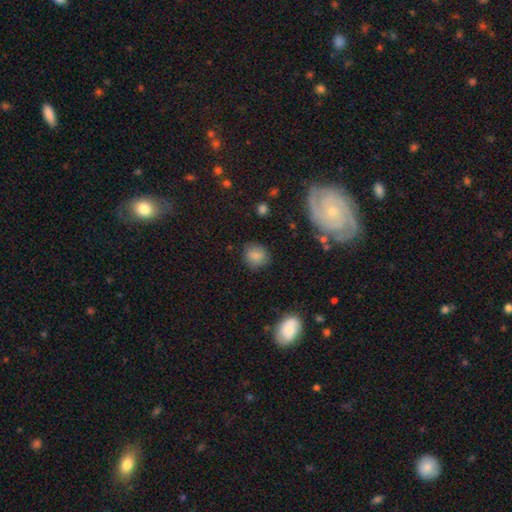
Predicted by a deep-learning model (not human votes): Smooth or featured: smooth — 80% (star or artifact — 11%)
How rounded: round — 74% (in between — 24%)
Merging: none — 81% (minor disturbance — 13%)